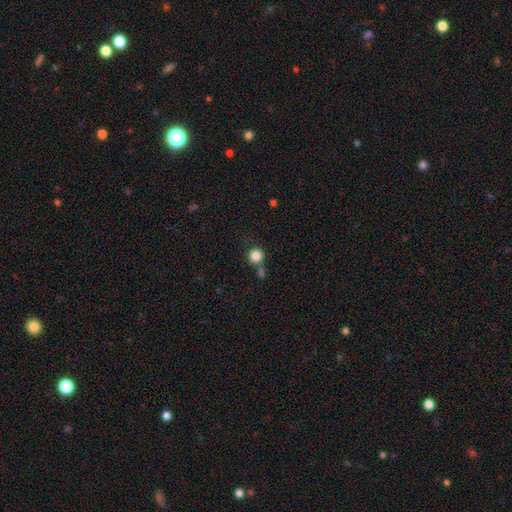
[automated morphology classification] smooth_or_featured: smooth (p=0.85) [alt: star or artifact p=0.11]
how_rounded: round (p=0.93) [alt: in between p=0.06]
merging: none (p=0.65) [alt: merger p=0.20]